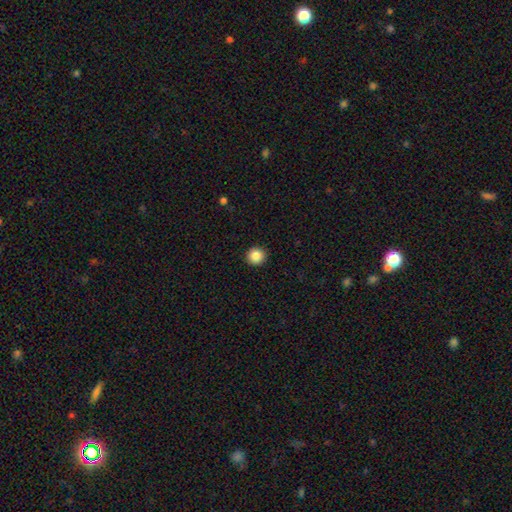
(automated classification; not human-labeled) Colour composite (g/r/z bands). It shows a smooth galaxy with no disk features (86%) that is round (95%). Merging: none (93%).